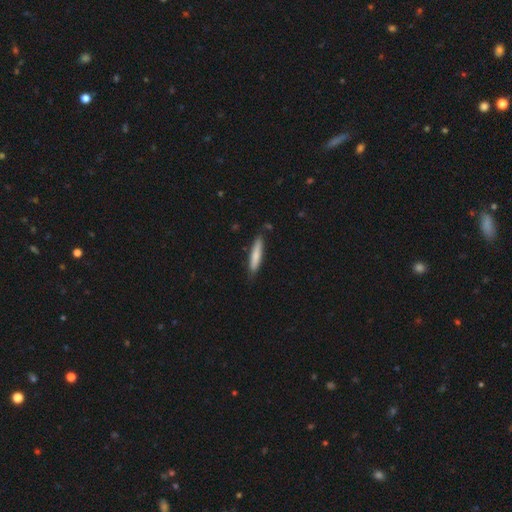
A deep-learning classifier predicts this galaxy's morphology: smooth_or_featured: smooth (p=0.76) [alt: featured or disk p=0.19]
how_rounded: cigar-shaped (p=0.88) [alt: in between p=0.10]
merging: none (p=0.82) [alt: minor disturbance p=0.14]